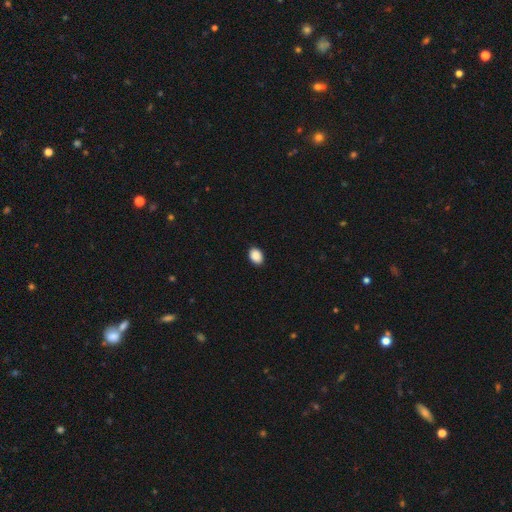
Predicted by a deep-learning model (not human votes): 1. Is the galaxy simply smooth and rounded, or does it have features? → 90% smooth, 8% star or artifact, 2% featured or disk.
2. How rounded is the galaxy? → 75% in between, 24% round, 1% cigar-shaped.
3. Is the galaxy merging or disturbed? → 90% none, 8% minor disturbance, 2% major disturbance, 1% merger.